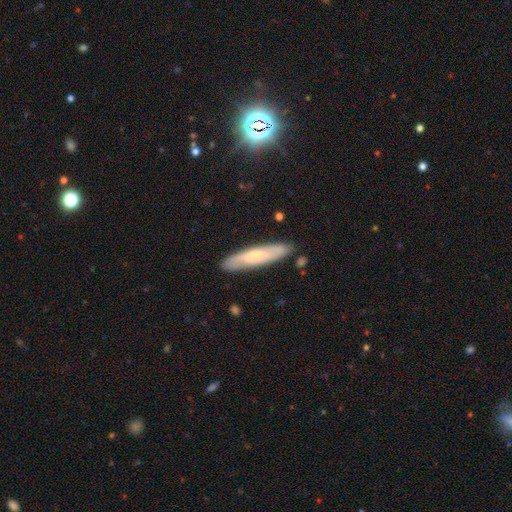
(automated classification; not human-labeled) smooth-or-featured: smooth: 53% | featured or disk: 40% | star or artifact: 6%
  how-rounded: cigar-shaped: 84% | in between: 15% | round: 1%
  merging: none: 86% | minor disturbance: 10% | major disturbance: 2% | merger: 2%